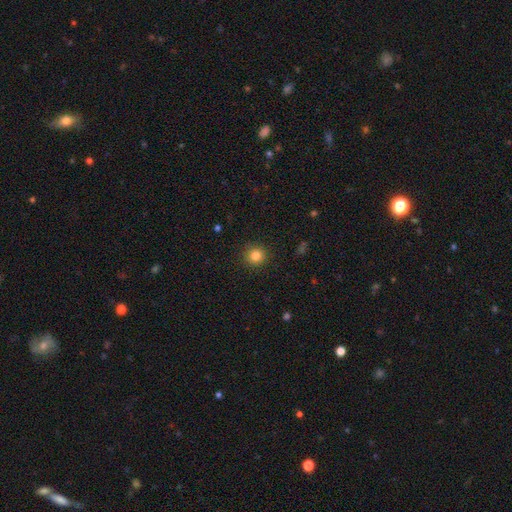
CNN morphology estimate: type=smooth (83%); roundness=round (93%); merging=none (91%).